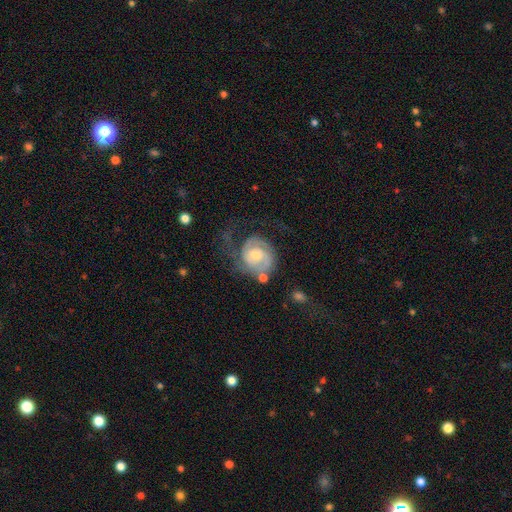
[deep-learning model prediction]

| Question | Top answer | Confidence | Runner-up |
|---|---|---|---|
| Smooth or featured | featured or disk | 82% | smooth (12%) |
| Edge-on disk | no | 98% | yes (2%) |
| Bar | no | 58% | weak (36%) |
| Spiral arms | yes | 94% | no (6%) |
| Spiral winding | tight | 56% | medium (34%) |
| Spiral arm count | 2 | 57% | can't tell (18%) |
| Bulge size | moderate | 47% | small (46%) |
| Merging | none | 45% | major disturbance (26%) |